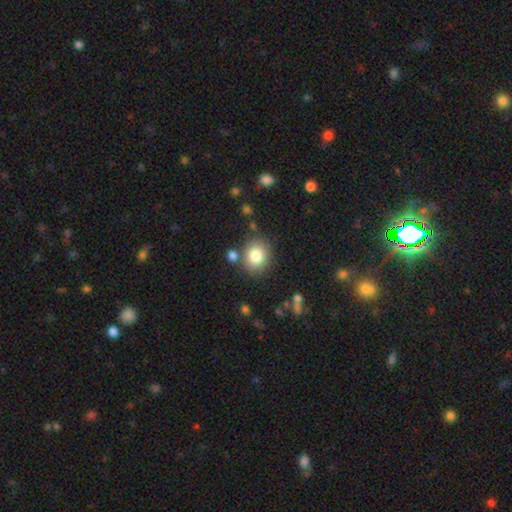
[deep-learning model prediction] smooth-or-featured: smooth: 82% | star or artifact: 10% | featured or disk: 9%
  how-rounded: round: 67% | in between: 32% | cigar-shaped: 1%
  merging: none: 79% | minor disturbance: 11% | merger: 7% | major disturbance: 3%